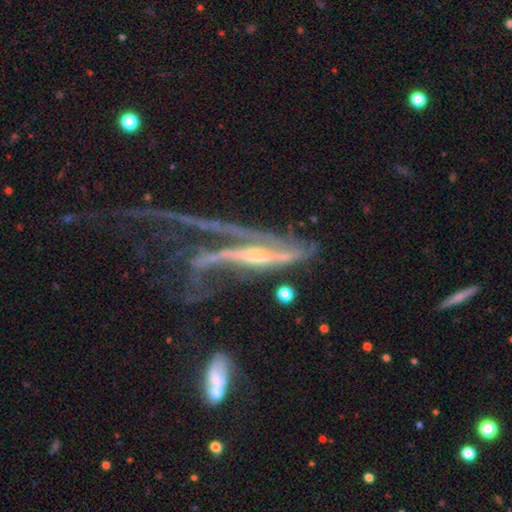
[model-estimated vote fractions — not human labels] This is likely a featured or disk galaxy (79%). It is likely not viewed edge-on (64%). Bar: marginally no (40%). Spiral arm pattern: likely yes (72%). Central bulge: marginally moderate (42%). Merging: possibly major disturbance (51%).